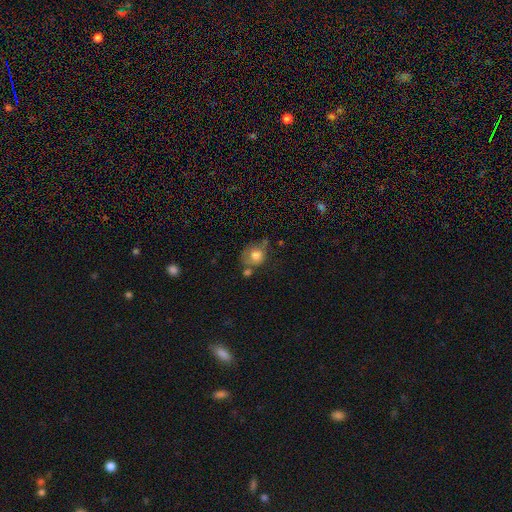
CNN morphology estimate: smooth 72%, featured or disk 18%, star or artifact 9%. Down the decision tree: how rounded — round (68%); merging — none (40%).